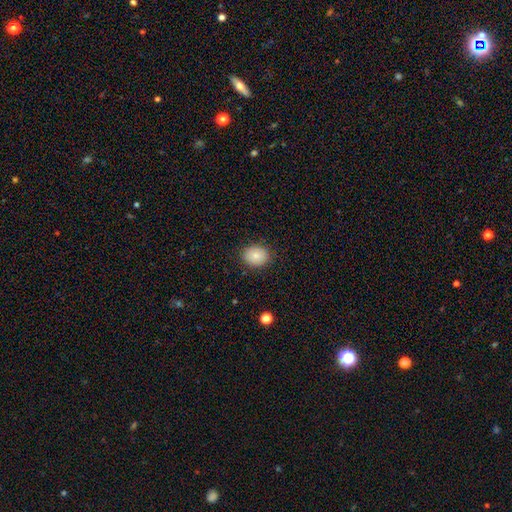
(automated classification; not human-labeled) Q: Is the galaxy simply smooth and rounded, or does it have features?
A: smooth — 84%.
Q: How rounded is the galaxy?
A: in between — 51%.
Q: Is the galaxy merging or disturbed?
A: none — 88%.